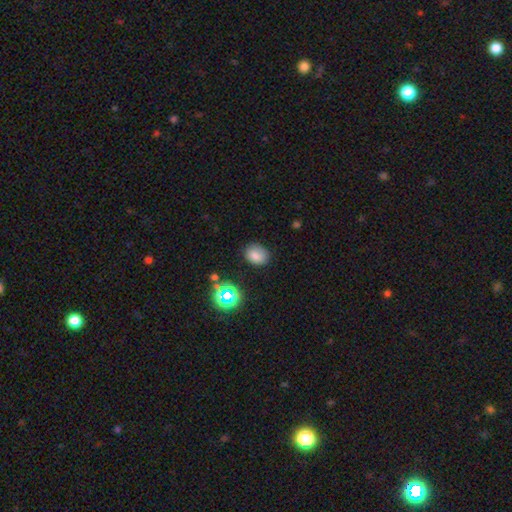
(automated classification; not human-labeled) Smooth or featured: smooth — 75% (star or artifact — 16%)
How rounded: in between — 55% (round — 44%)
Merging: none — 76% (minor disturbance — 17%)